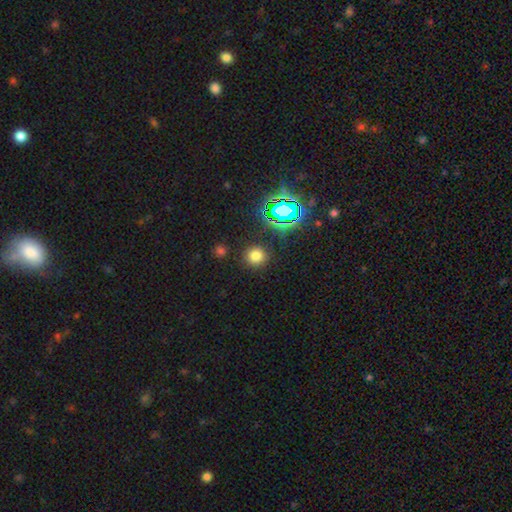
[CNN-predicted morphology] smooth-or-featured: smooth: 70% | star or artifact: 24% | featured or disk: 6%
  how-rounded: round: 92% | in between: 7% | cigar-shaped: 1%
  merging: none: 88% | minor disturbance: 7% | major disturbance: 3% | merger: 2%